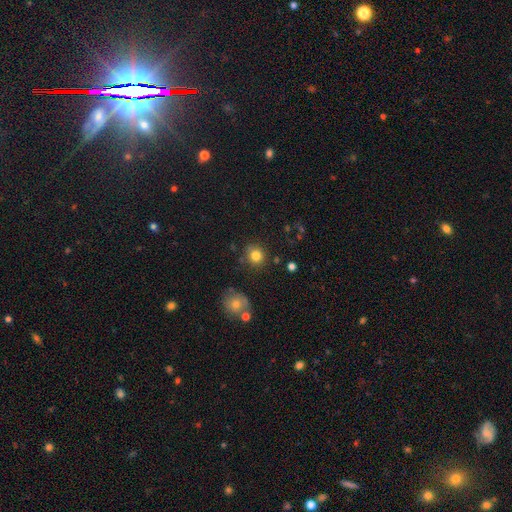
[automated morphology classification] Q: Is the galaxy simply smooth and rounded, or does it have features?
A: smooth — 82%.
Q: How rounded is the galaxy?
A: round — 86%.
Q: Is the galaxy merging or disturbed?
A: none — 82%.